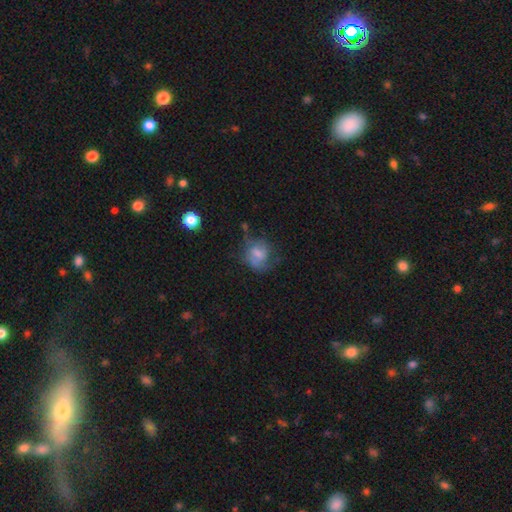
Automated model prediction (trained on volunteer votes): smooth-or-featured: featured or disk: 44% | smooth: 43% | star or artifact: 13%
  merging: none: 52% | minor disturbance: 25% | major disturbance: 19% | merger: 4%